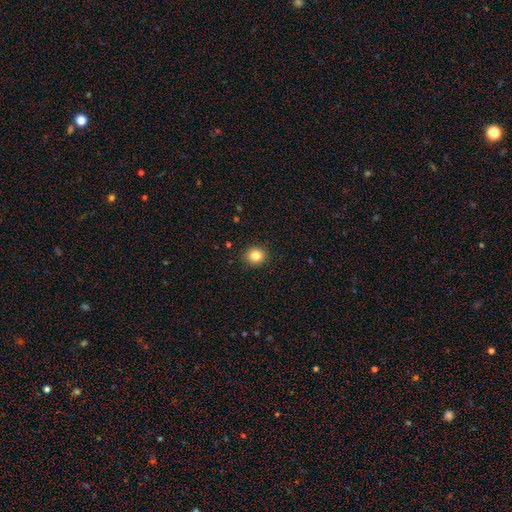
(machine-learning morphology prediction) This appears to be a smooth galaxy with no disk features (84%) that is round (83%). Merging: none (91%).